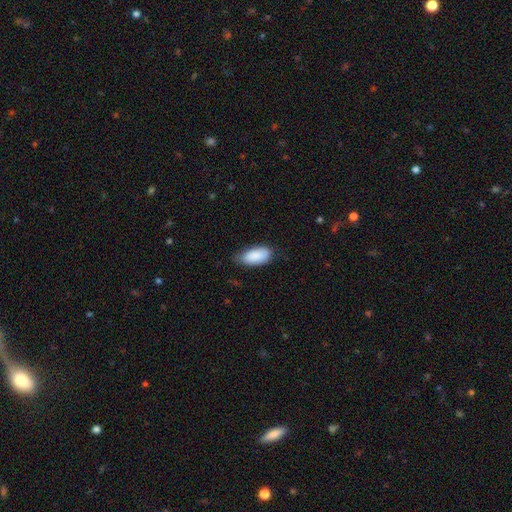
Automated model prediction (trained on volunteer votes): smooth 88%, star or artifact 6%, featured or disk 6%. Down the decision tree: how rounded — in between (92%); merging — none (69%).